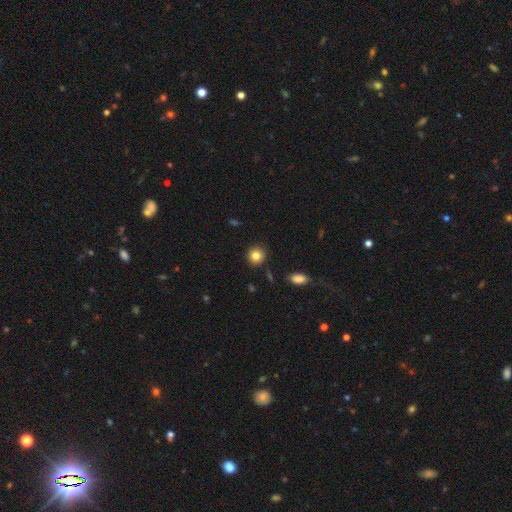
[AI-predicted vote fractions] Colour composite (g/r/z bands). It shows a smooth galaxy with no disk features (82%) that is round (90%). Merging: none (90%).